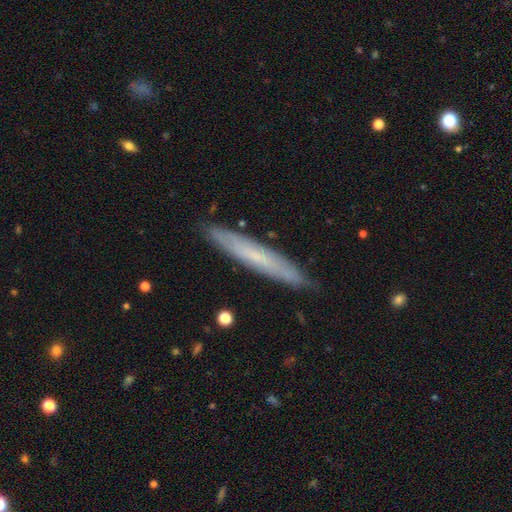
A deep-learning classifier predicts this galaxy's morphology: Smooth or featured: smooth — 50% (featured or disk — 43%)
Merging: none — 88% (minor disturbance — 9%)